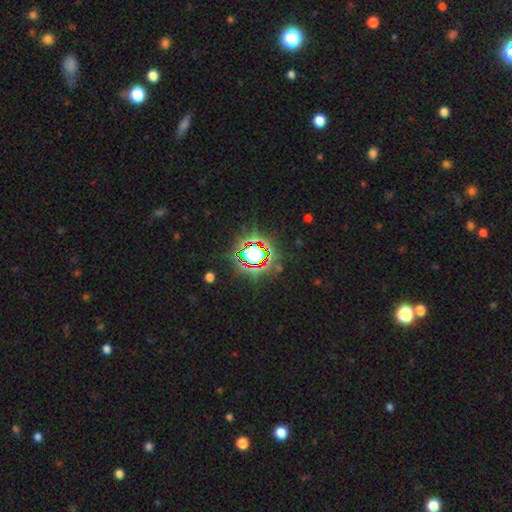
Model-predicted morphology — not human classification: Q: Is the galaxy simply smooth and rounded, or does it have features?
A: star or artifact — 76%.